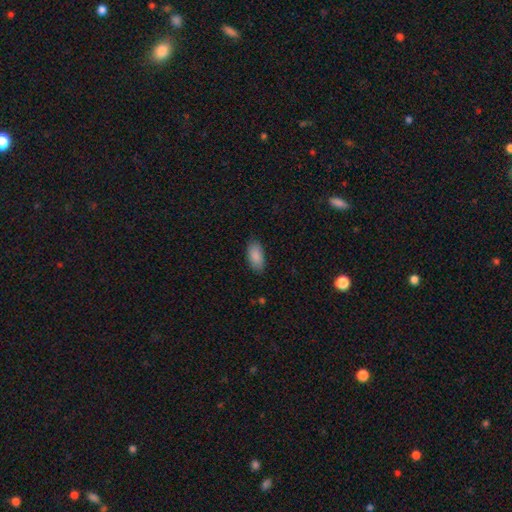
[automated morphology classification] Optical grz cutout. It shows a smooth galaxy with no disk features (89%) that is in between round and cigar-shaped (93%). Merging: none (83%).